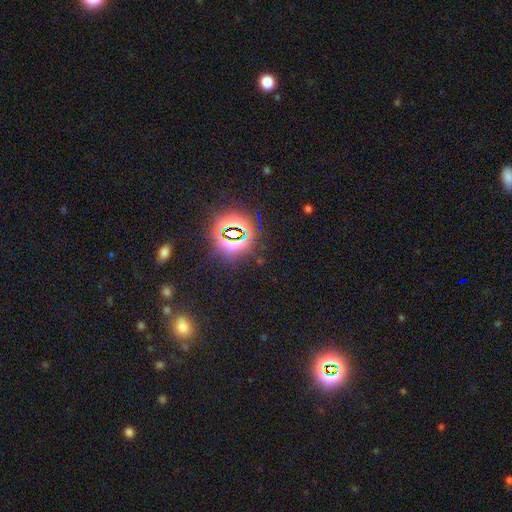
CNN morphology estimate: This appears to be a star or artifact, not a galaxy (78%).